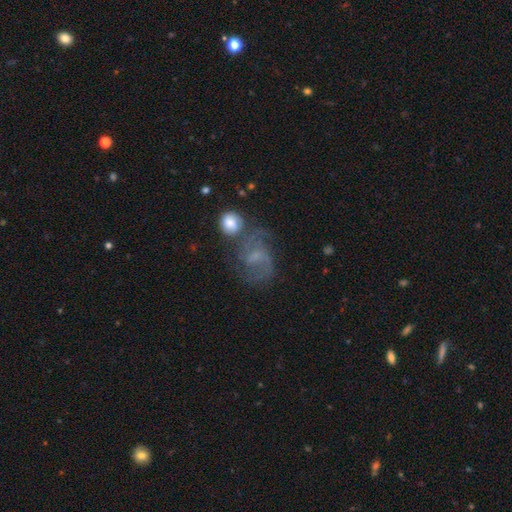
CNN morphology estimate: smooth_or_featured: featured or disk (p=0.71) [alt: smooth p=0.17]
disk_edge_on: no (p=0.97) [alt: yes p=0.03]
bar: weak (p=0.56) [alt: no p=0.31]
has_spiral_arms: yes (p=0.91) [alt: no p=0.09]
spiral_winding: medium (p=0.50) [alt: loose p=0.31]
spiral_arm_count: 2 (p=0.76) [alt: can't tell p=0.12]
bulge_size: small (p=0.53) [alt: moderate p=0.22]
merging: none (p=0.55) [alt: minor disturbance p=0.17]